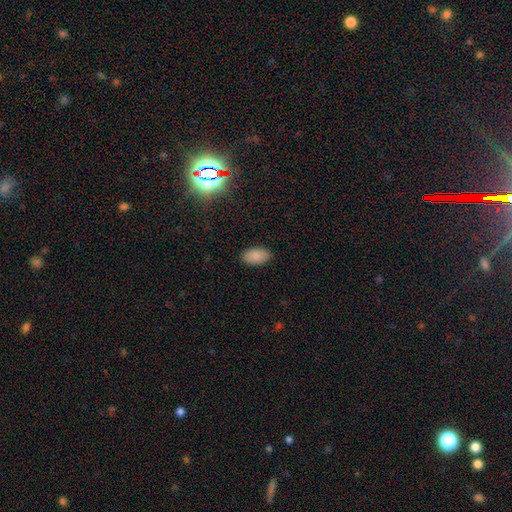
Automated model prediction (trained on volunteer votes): This is clearly a smooth galaxy (87%). How rounded: clearly in between (94%). Merging: clearly none (88%).